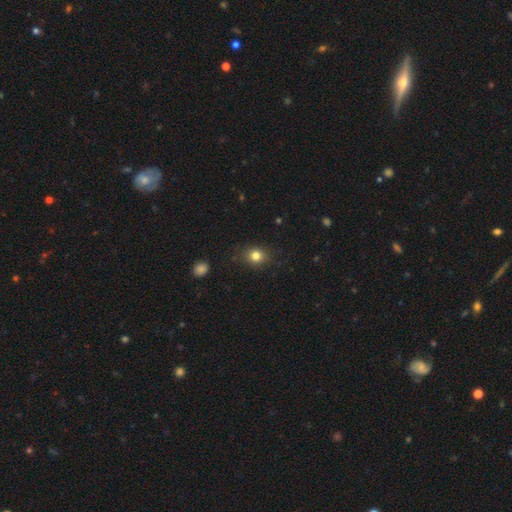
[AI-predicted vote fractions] A smooth galaxy with no disk features (81%) that is round (69%). Merging: none (84%).